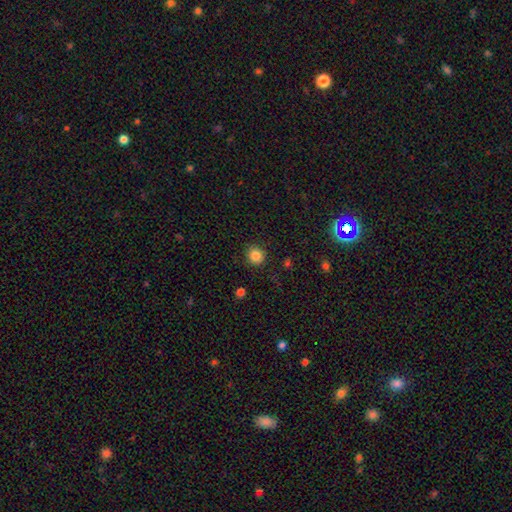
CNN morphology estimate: Smooth or featured?
  - smooth: 84% *
  - star or artifact: 11%
  - featured or disk: 5%
How rounded?
  - round: 88% *
  - in between: 11%
  - cigar-shaped: 1%
Merging?
  - none: 87% *
  - minor disturbance: 9%
  - major disturbance: 3%
  - merger: 1%